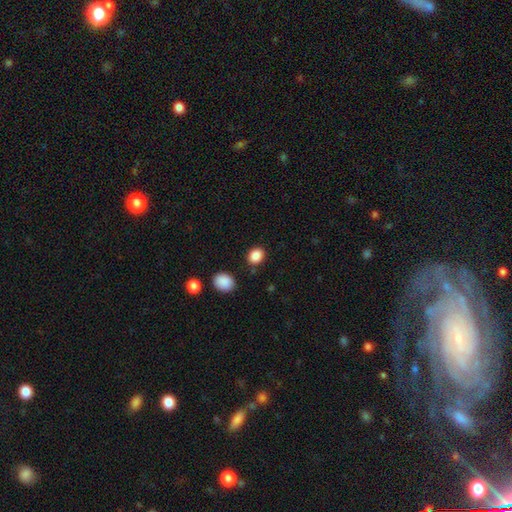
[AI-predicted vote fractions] Smooth or featured?
  - smooth: 87% *
  - star or artifact: 9%
  - featured or disk: 3%
How rounded?
  - in between: 52% *
  - round: 48%
  - cigar-shaped: 1%
Merging?
  - none: 83% *
  - minor disturbance: 9%
  - merger: 4%
  - major disturbance: 3%